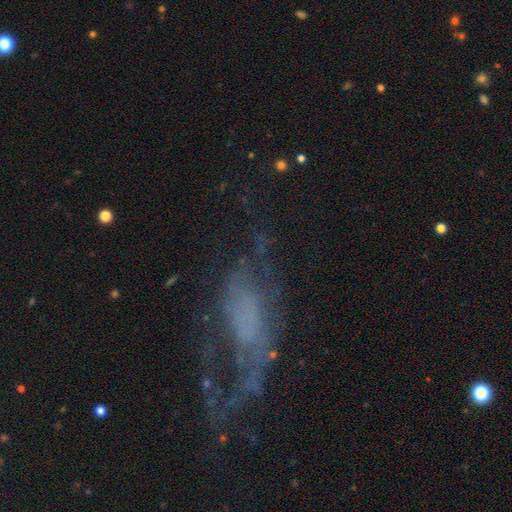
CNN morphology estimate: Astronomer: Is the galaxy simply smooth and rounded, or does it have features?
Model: featured or disk — 65%.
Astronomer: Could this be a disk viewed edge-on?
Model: no — 88%.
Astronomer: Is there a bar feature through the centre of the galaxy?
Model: no — 72%.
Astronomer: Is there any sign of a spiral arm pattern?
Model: yes — 58% (runner-up: no, 42%).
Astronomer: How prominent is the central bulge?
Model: none — 63%.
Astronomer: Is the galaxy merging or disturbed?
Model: none — 42% (runner-up: major disturbance, 36%).